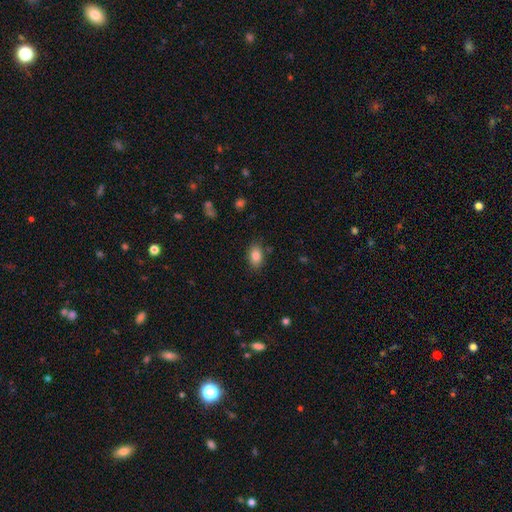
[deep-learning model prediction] Smooth or featured? Predicted: smooth (p=0.86). How rounded? Predicted: in between (p=0.87). Merging? Predicted: none (p=0.83).